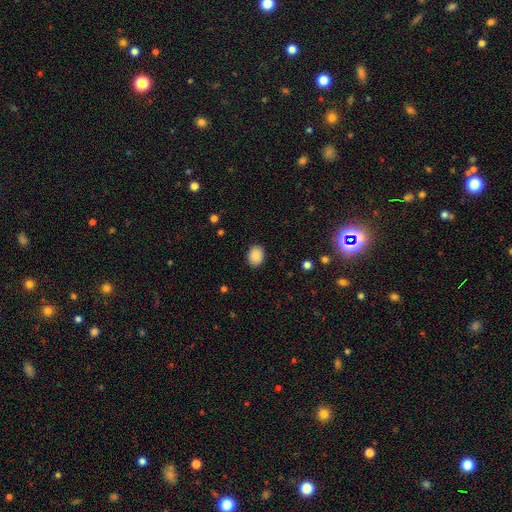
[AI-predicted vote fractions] A smooth galaxy with no disk features (89%) that is in between round and cigar-shaped (59%). Merging: none (89%).